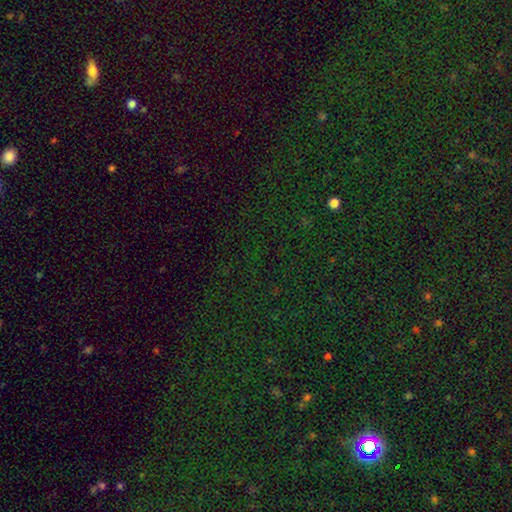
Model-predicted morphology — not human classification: A star or artifact, not a galaxy (79%).